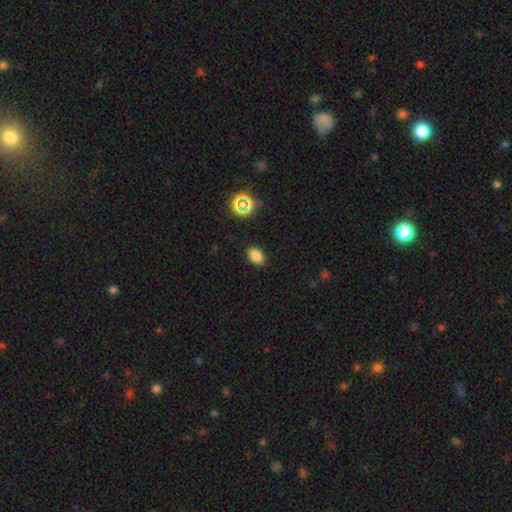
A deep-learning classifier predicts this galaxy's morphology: smooth 80%, star or artifact 15%, featured or disk 5%. Down the decision tree: how rounded — in between (82%); merging — none (87%).